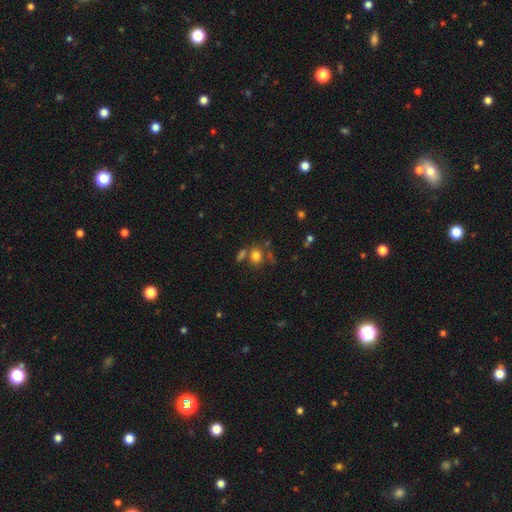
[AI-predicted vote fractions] This is likely a smooth galaxy (76%). How rounded: likely round (67%). Merging: possibly none (58%).